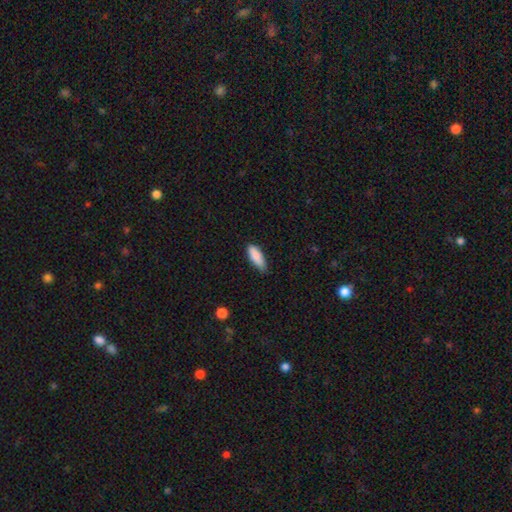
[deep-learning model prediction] The model was most divided on "how rounded": in between: 67%, cigar-shaped: 31%, round: 2%. More confident: smooth or featured — smooth (85%); merging — none (73%).